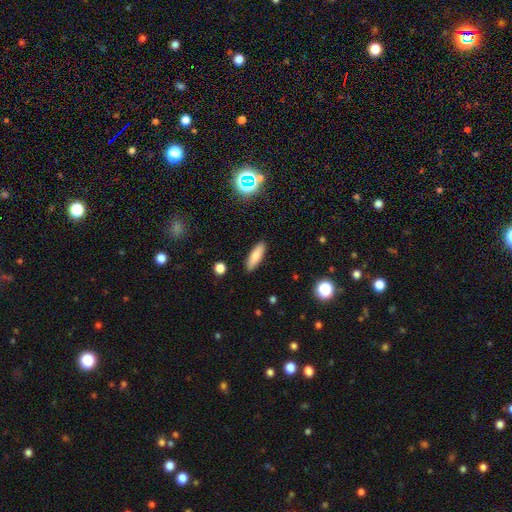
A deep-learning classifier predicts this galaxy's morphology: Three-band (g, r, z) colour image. It shows a smooth galaxy with no disk features (80%) that is cigar-shaped (54%). Merging: none (89%).